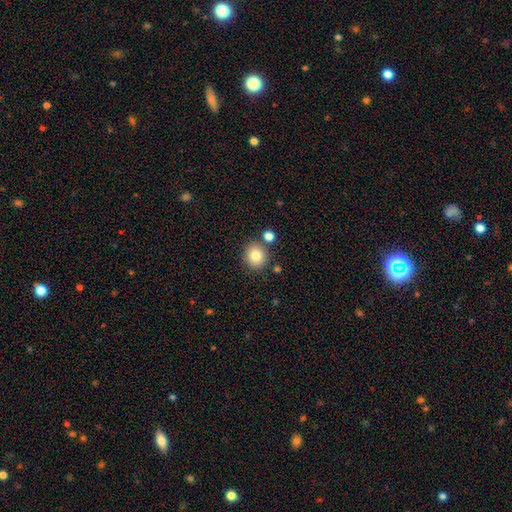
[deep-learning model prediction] Overall: smooth (82%). How rounded: round (87%). Merging: none (80%).